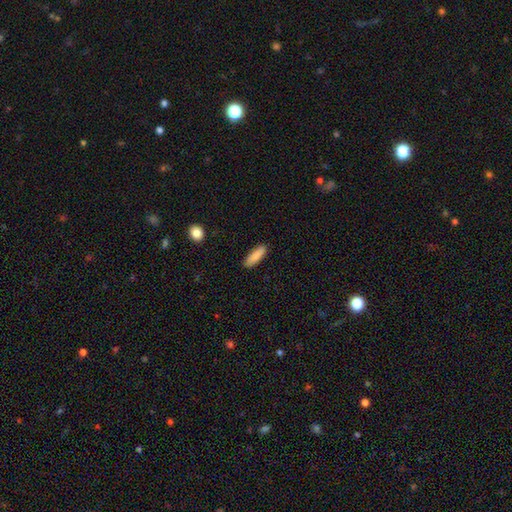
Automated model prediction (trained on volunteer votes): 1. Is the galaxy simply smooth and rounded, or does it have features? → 87% smooth, 7% featured or disk, 6% star or artifact.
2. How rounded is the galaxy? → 54% cigar-shaped, 45% in between, 2% round.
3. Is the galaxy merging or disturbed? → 88% none, 9% minor disturbance, 2% major disturbance, 1% merger.